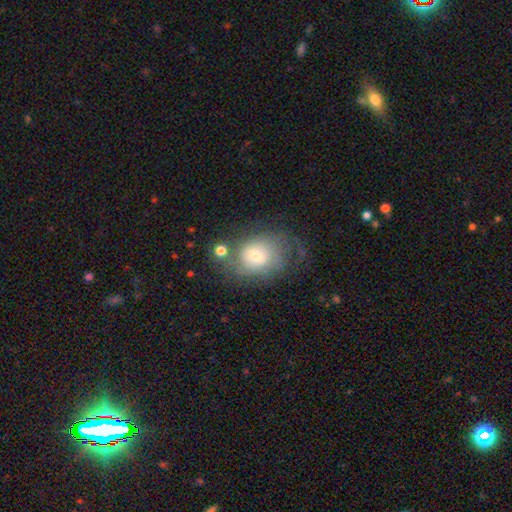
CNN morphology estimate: smooth 49%, featured or disk 40%, star or artifact 11%. Down the decision tree: merging — none (49%).